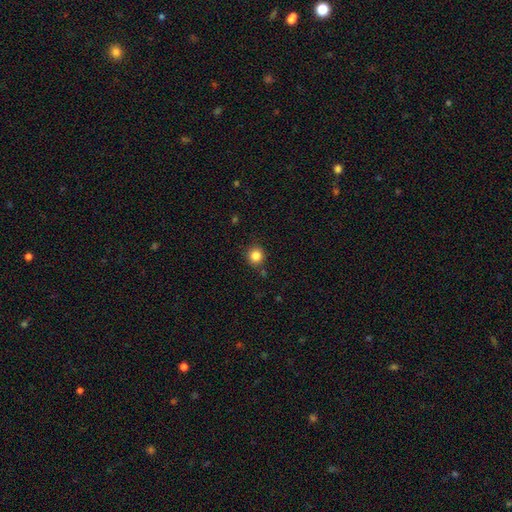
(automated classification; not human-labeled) This appears to be a smooth galaxy with no disk features (85%) that is round (91%). Merging: none (86%).